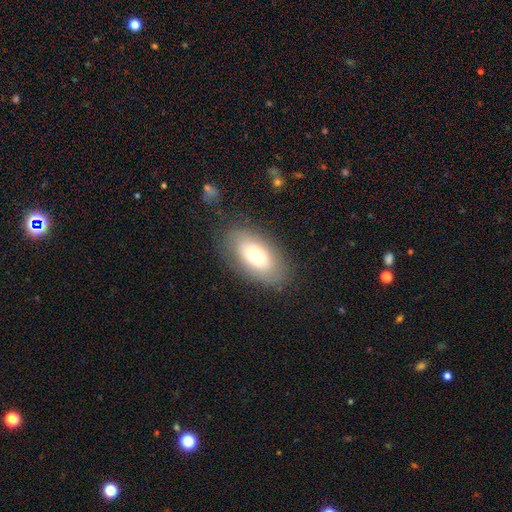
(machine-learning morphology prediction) The model was most divided on "smooth or featured": smooth: 64%, featured or disk: 28%, star or artifact: 8%. More confident: how rounded — in between (92%); merging — none (80%).